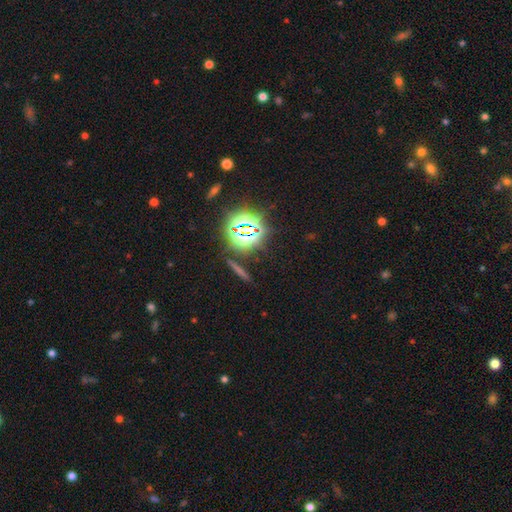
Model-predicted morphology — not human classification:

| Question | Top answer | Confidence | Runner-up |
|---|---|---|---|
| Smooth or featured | star or artifact | 82% | smooth (11%) |